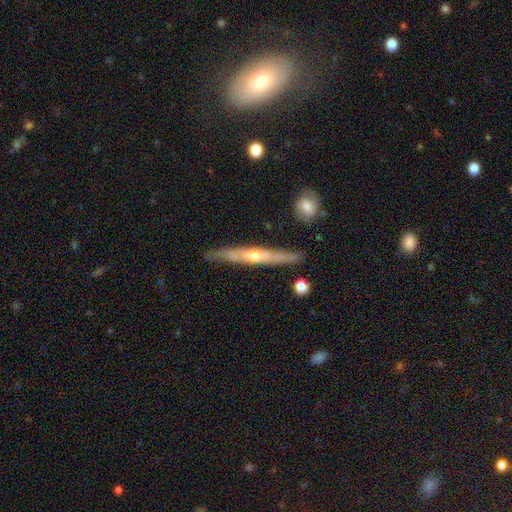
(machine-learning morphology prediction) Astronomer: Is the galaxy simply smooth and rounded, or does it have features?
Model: featured or disk — 69%.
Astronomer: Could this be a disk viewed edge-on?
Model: yes — 92%.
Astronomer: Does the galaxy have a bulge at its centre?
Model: rounded — 70%.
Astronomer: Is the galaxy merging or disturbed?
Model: none — 85%.